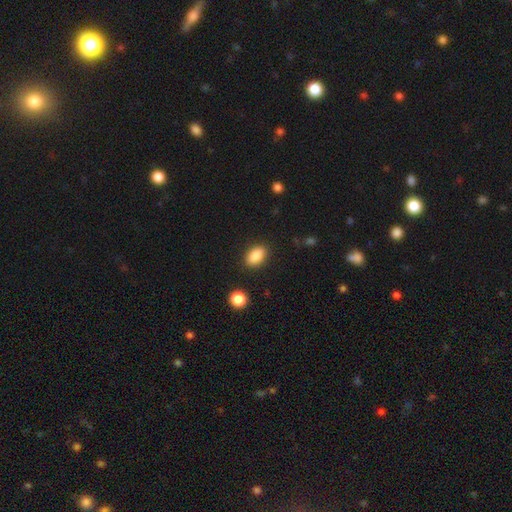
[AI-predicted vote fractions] Overall: smooth (88%). How rounded: in between (89%). Merging: none (87%).